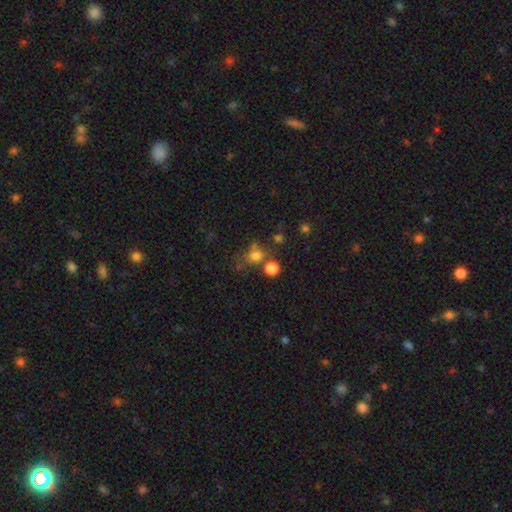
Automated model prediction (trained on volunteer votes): This appears to be a smooth galaxy with no disk features (73%) that is round (77%). Merging: none (56%).